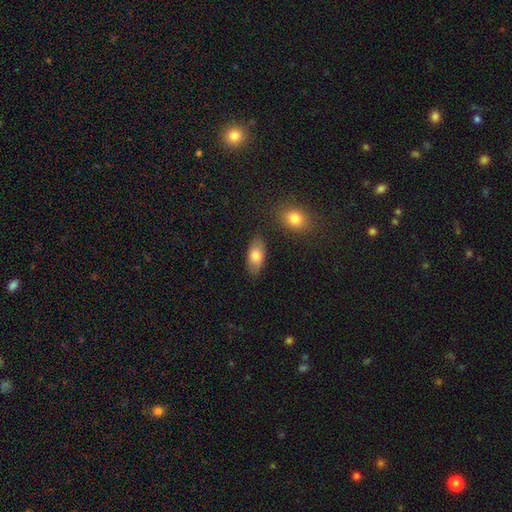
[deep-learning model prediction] Smooth or featured? Predicted: smooth (p=0.80). How rounded? Predicted: in between (p=0.91). Merging? Predicted: none (p=0.83).